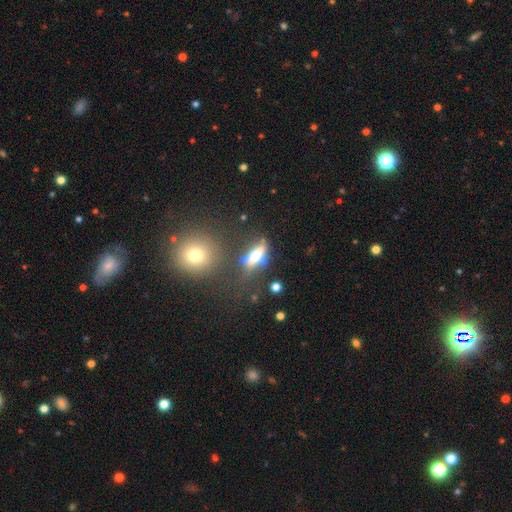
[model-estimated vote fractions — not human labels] Smooth or featured? Predicted: featured or disk (p=0.49). Merging? Predicted: none (p=0.58).